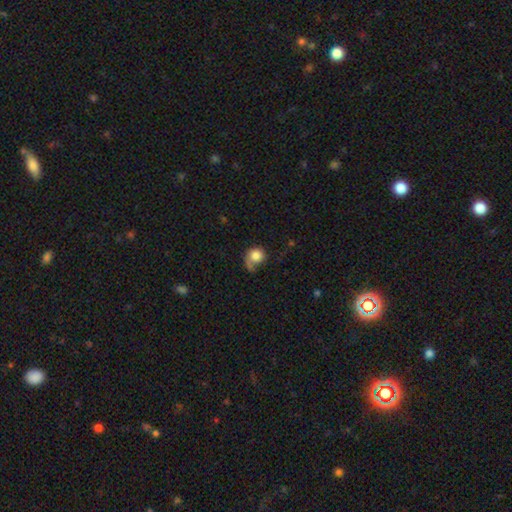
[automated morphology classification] smooth_or_featured: smooth (p=0.76) [alt: featured or disk p=0.16]
how_rounded: round (p=0.81) [alt: in between p=0.18]
merging: none (p=0.38) [alt: major disturbance p=0.29]